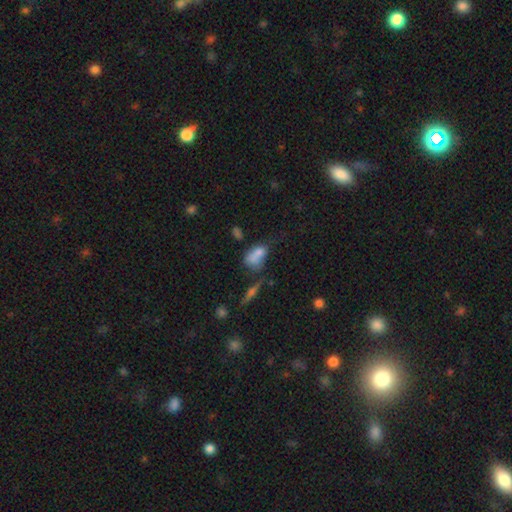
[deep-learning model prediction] Smooth or featured? smooth (69%)
How rounded? in between (78%)
Merging? merger (33%)